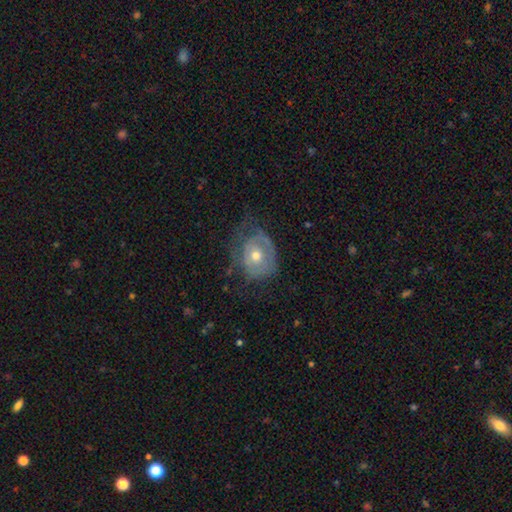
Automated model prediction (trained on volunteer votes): Smooth or featured? featured or disk (61%)
Edge-on disk? no (96%)
Bar? no (84%)
Spiral arms? yes (53%)
Bulge size? moderate (66%)
Merging? none (47%)